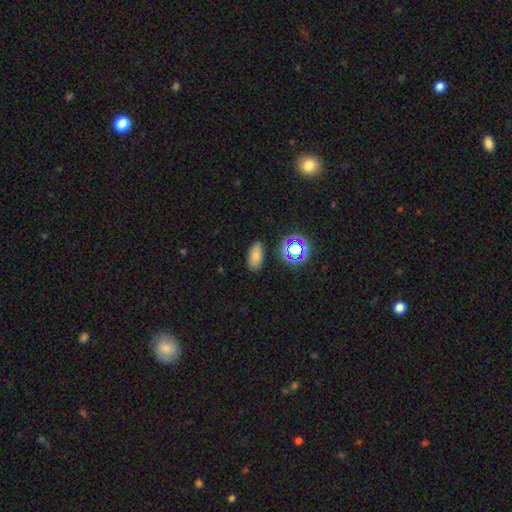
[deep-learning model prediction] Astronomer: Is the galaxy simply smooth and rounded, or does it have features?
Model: smooth — 75%.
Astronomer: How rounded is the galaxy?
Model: in between — 87%.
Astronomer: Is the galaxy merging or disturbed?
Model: none — 83%.